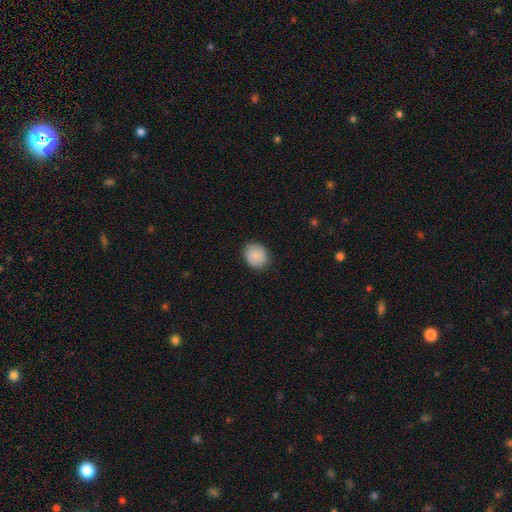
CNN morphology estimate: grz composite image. It shows a smooth galaxy with no disk features (87%) that is round (62%). Merging: none (86%).